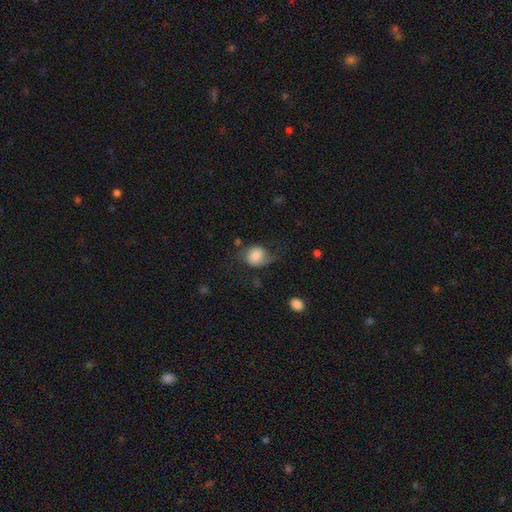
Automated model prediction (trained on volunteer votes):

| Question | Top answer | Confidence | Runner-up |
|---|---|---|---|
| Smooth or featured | smooth | 58% | featured or disk (34%) |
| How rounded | round | 58% | in between (41%) |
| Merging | none | 44% | minor disturbance (28%) |